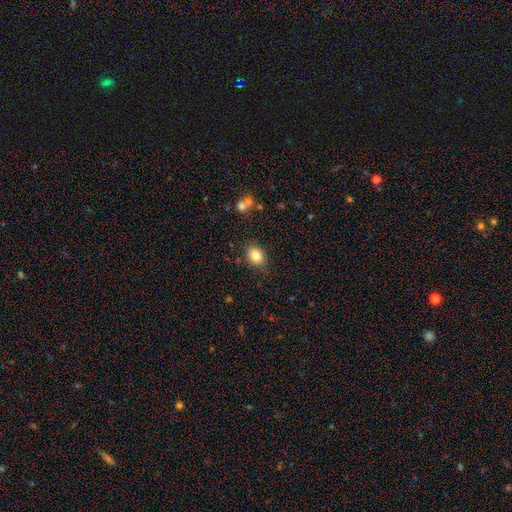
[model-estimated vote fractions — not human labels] Smooth or featured?
  - smooth: 83% *
  - star or artifact: 9%
  - featured or disk: 8%
How rounded?
  - in between: 66% *
  - round: 33%
  - cigar-shaped: 1%
Merging?
  - none: 85% *
  - minor disturbance: 11%
  - major disturbance: 3%
  - merger: 2%